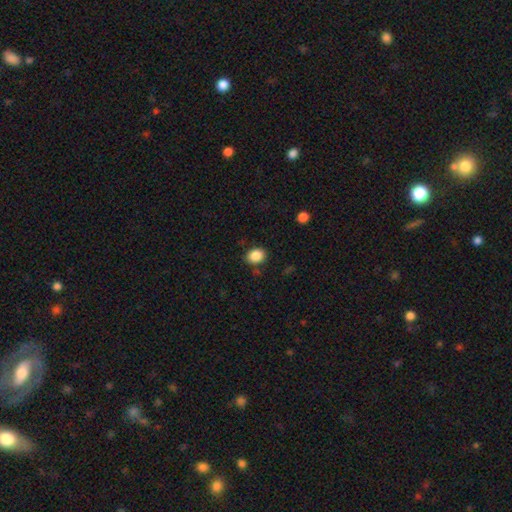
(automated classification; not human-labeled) Smooth or featured: smooth — 87% (star or artifact — 9%)
How rounded: round — 55% (in between — 45%)
Merging: none — 85% (minor disturbance — 10%)